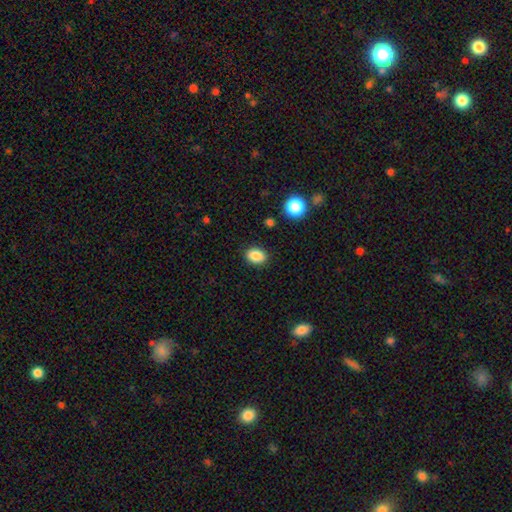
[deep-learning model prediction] Smooth or featured? Predicted: smooth (p=0.86). How rounded? Predicted: in between (p=0.71). Merging? Predicted: none (p=0.88).